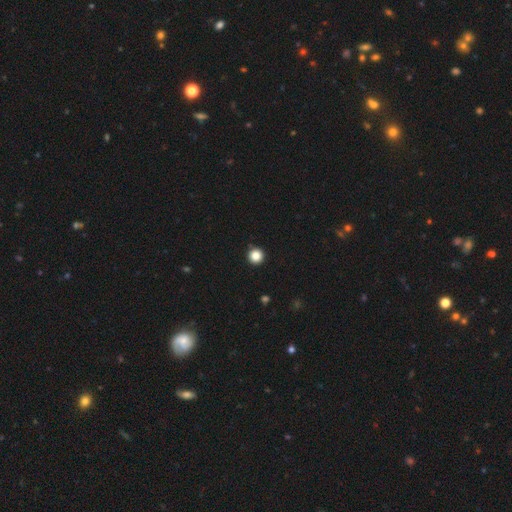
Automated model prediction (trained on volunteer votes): Smooth or featured: smooth — 85% (star or artifact — 12%)
How rounded: round — 97% (in between — 3%)
Merging: none — 93% (minor disturbance — 4%)